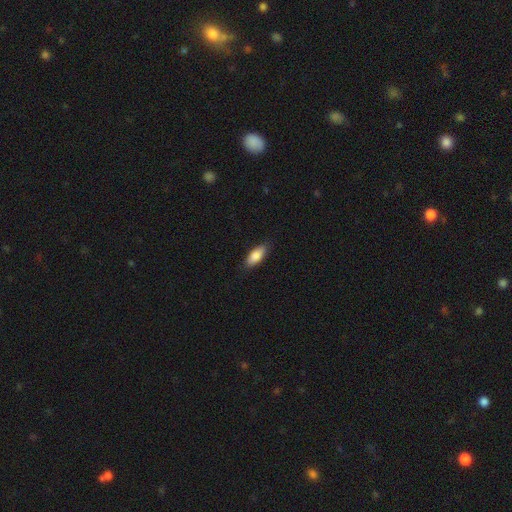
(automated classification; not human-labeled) smooth 82%, featured or disk 12%, star or artifact 6%. Down the decision tree: how rounded — in between (79%); merging — none (86%).